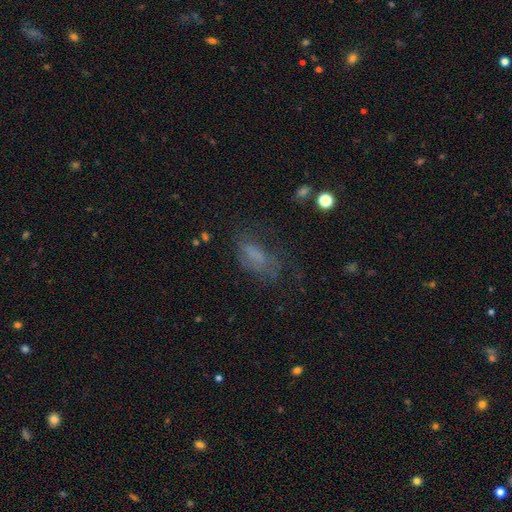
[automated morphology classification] Overall: smooth (50%; featured or disk 32%). How rounded: in between (81%). Merging: none (44%; major disturbance 29%).